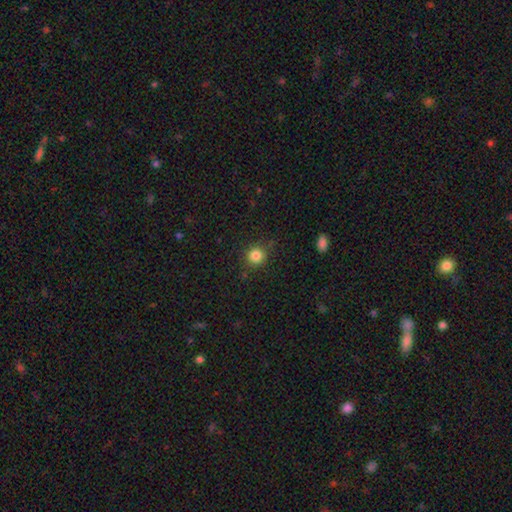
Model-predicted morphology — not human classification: Smooth or featured?
  - smooth: 84% *
  - star or artifact: 11%
  - featured or disk: 5%
How rounded?
  - round: 91% *
  - in between: 8%
  - cigar-shaped: 1%
Merging?
  - none: 87% *
  - minor disturbance: 8%
  - major disturbance: 3%
  - merger: 2%